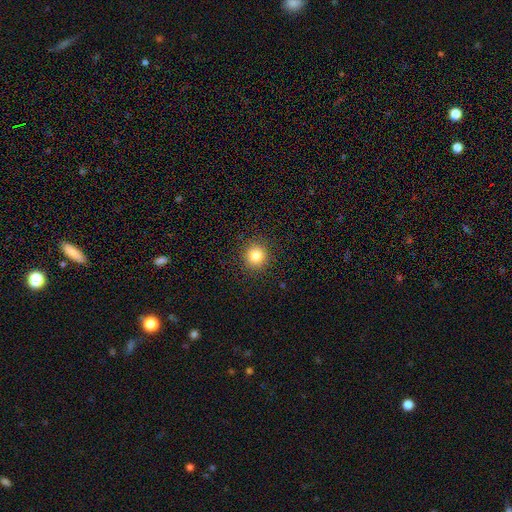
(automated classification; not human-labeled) Overall: smooth (82%). How rounded: round (93%). Merging: none (92%).